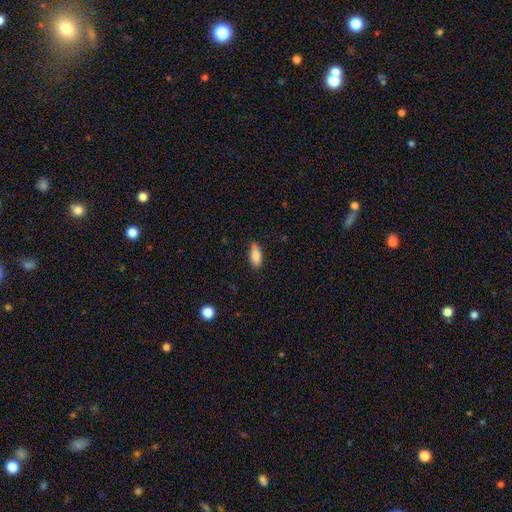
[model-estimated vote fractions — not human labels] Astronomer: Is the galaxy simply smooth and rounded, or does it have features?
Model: smooth — 87%.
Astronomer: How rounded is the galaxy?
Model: in between — 88%.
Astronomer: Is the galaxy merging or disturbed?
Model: none — 79%.